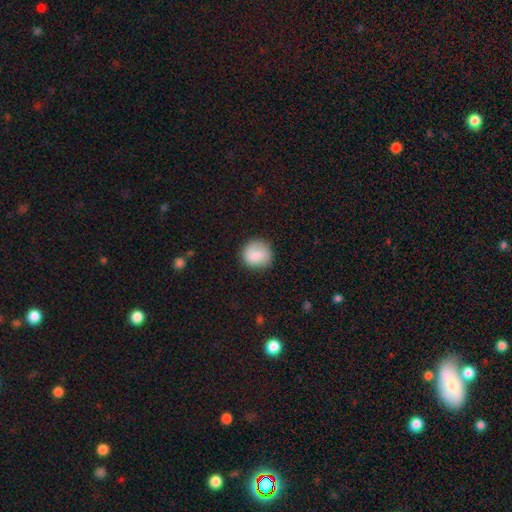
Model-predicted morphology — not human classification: Smooth or featured? Predicted: smooth (p=0.80). How rounded? Predicted: round (p=0.88). Merging? Predicted: none (p=0.80).